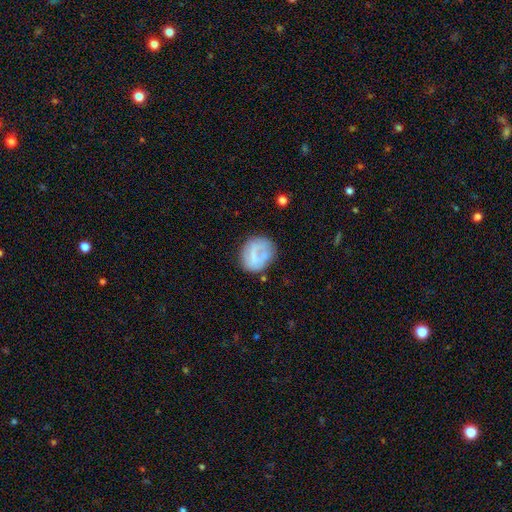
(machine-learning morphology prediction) Smooth or featured? Predicted: smooth (p=0.50). How rounded? Predicted: round (p=0.64). Merging? Predicted: none (p=0.61).